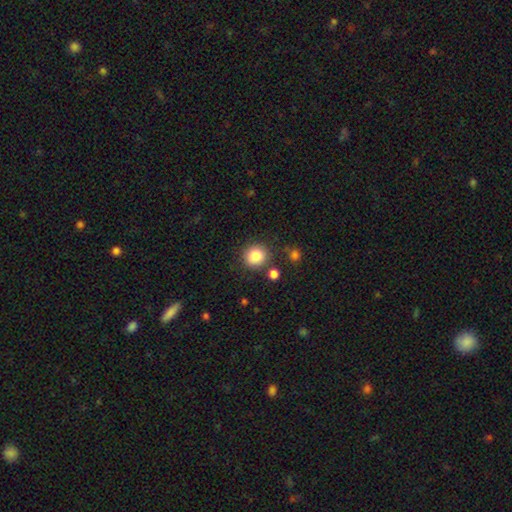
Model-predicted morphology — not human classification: Smooth or featured?
  - smooth: 84% *
  - star or artifact: 10%
  - featured or disk: 6%
How rounded?
  - round: 89% *
  - in between: 10%
  - cigar-shaped: 1%
Merging?
  - none: 83% *
  - minor disturbance: 9%
  - merger: 5%
  - major disturbance: 3%